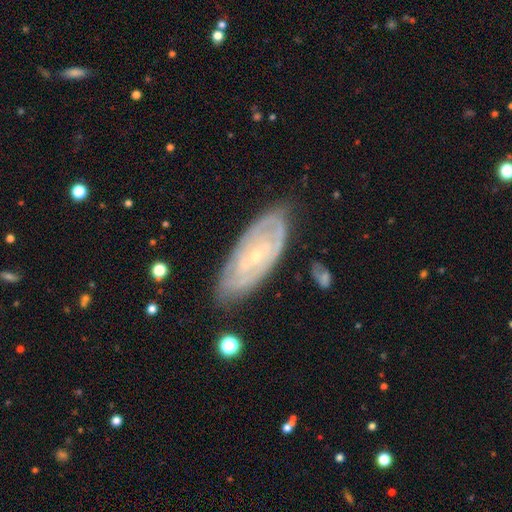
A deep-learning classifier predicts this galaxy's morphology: smooth-or-featured: featured or disk: 79% | smooth: 15% | star or artifact: 6%
  disk-edge-on: no: 91% | yes: 9%
    bar: no: 73% | weak: 21% | strong: 6%
    has-spiral-arms: yes: 86% | no: 14%
      spiral-winding: tight: 75% | medium: 20% | loose: 5%
      spiral-arm-count: can't tell: 51% | 2: 23% | 3: 11% | 4: 7% | more than 4: 4% | 1: 4%
    bulge-size: small: 83% | moderate: 14% | none: 2% | large: 1% | dominant: 1%
  merging: none: 76% | minor disturbance: 18% | major disturbance: 4% | merger: 2%